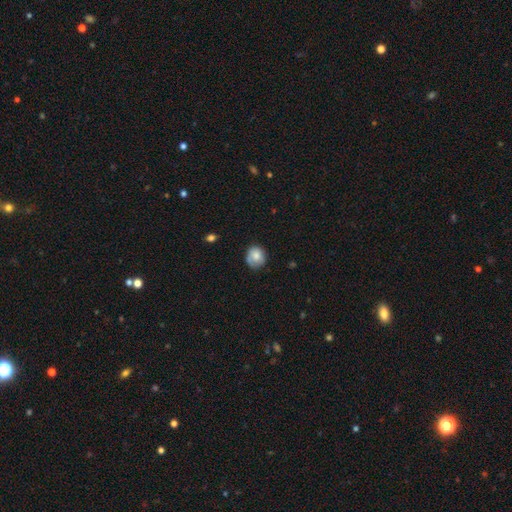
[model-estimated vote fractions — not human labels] Overall: smooth (72%). How rounded: round (77%). Merging: none (66%).